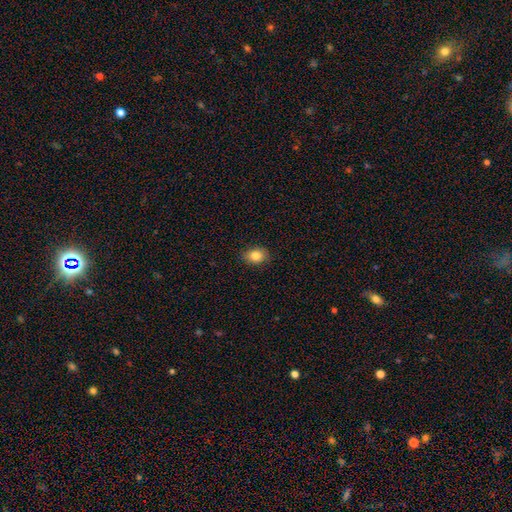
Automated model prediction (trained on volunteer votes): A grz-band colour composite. It shows a smooth galaxy with no disk features (84%) that is in between round and cigar-shaped (66%). Merging: none (85%).